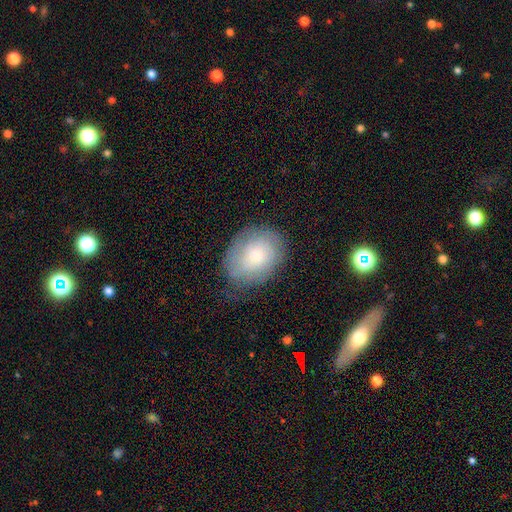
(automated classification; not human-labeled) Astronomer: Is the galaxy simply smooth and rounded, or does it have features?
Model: smooth — 65%.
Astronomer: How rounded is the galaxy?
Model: in between — 62% (runner-up: round, 37%).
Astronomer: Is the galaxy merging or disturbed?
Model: none — 65%.